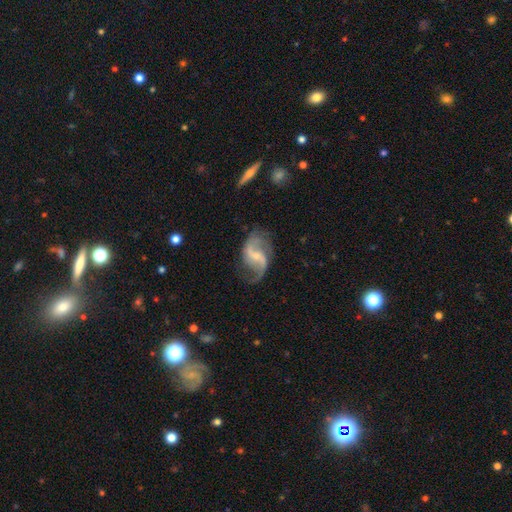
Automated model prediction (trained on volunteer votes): featured or disk 89%, smooth 6%, star or artifact 5%. Down the decision tree: edge-on disk — no (98%); bar — weak (51%); spiral arms — yes (97%); spiral arm count — 2 (91%); spiral winding — loose (69%); bulge size — small (64%); merging — none (69%).